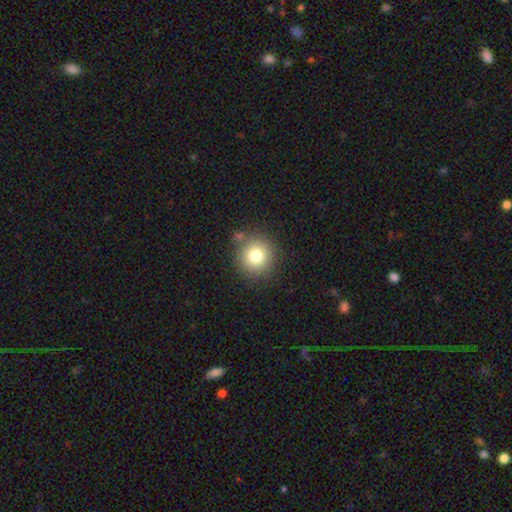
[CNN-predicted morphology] This is clearly a smooth galaxy (80%). How rounded: clearly round (94%). Merging: clearly none (82%).